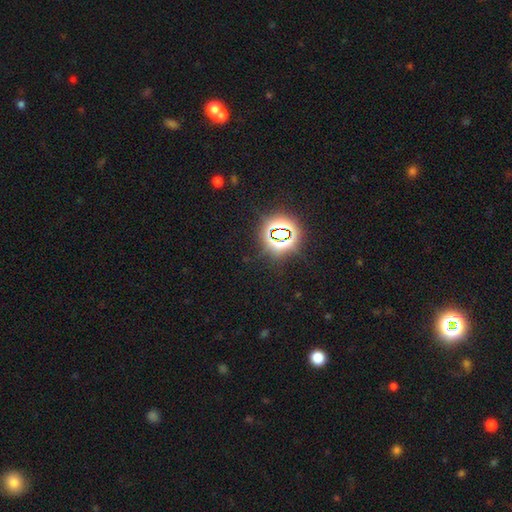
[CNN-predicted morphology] This is likely a star or artifact rather than a galaxy (80%).